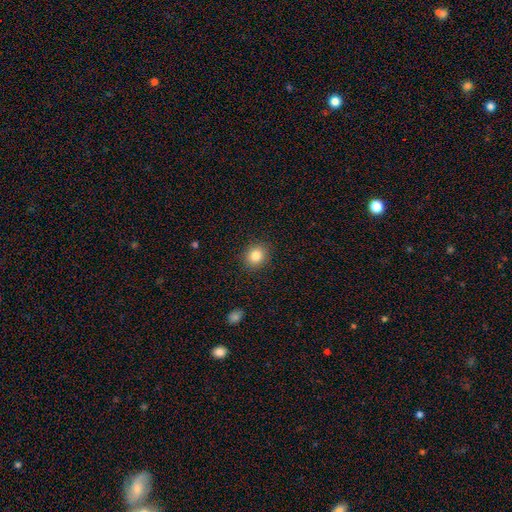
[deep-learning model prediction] Smooth or featured?
  - smooth: 84% *
  - star or artifact: 10%
  - featured or disk: 6%
How rounded?
  - round: 72% *
  - in between: 27%
  - cigar-shaped: 1%
Merging?
  - none: 90% *
  - minor disturbance: 7%
  - major disturbance: 2%
  - merger: 1%